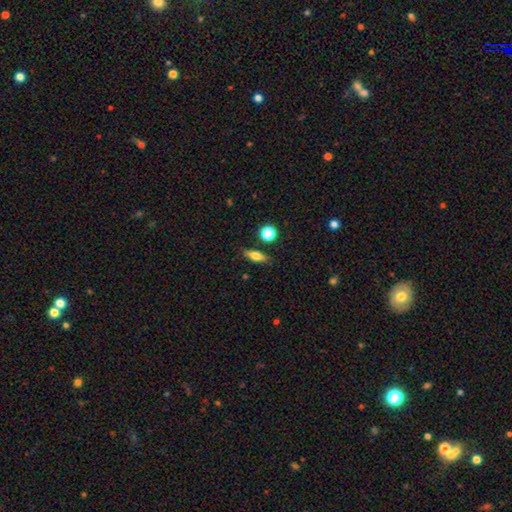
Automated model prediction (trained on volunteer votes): Morphology: type=smooth (67%); roundness=in between (62%); merging=none (81%).